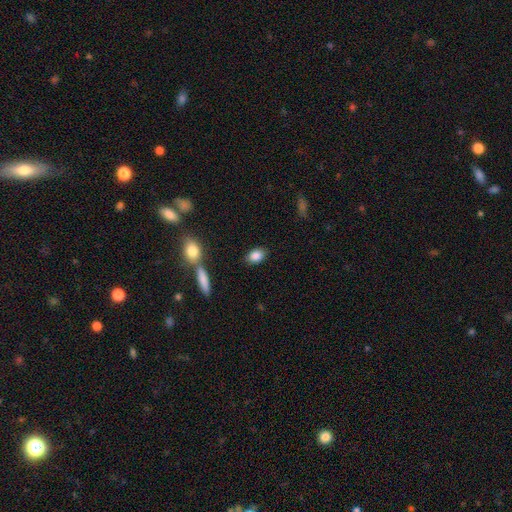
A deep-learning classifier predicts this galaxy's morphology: smooth_or_featured: smooth (p=0.86) [alt: star or artifact p=0.08]
how_rounded: in between (p=0.81) [alt: round p=0.16]
merging: none (p=0.84) [alt: minor disturbance p=0.10]